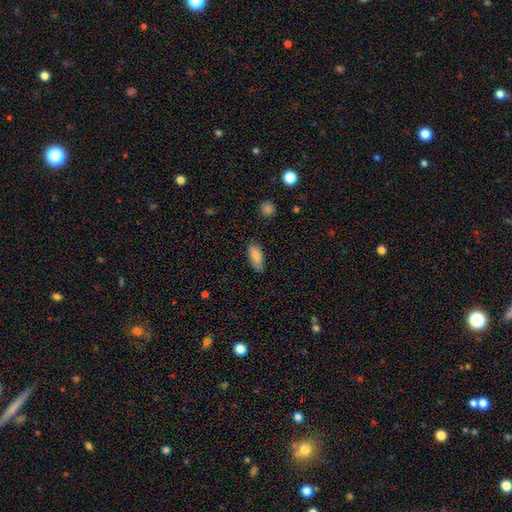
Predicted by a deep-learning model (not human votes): Smooth or featured? smooth (86%)
How rounded? in between (80%)
Merging? none (79%)